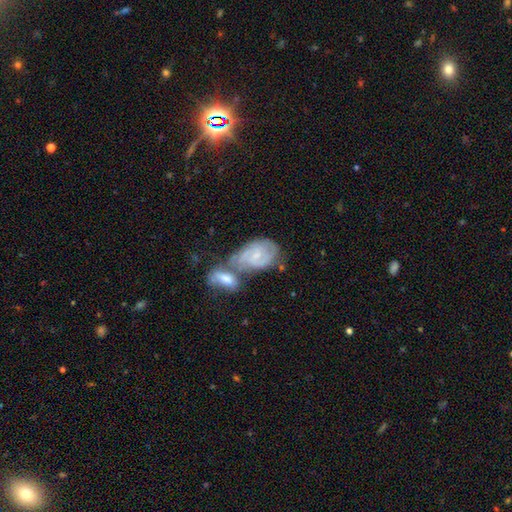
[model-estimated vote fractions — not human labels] featured or disk 77%, smooth 17%, star or artifact 6%. Down the decision tree: edge-on disk — no (97%); bar — weak (45%, tied with no); spiral arms — yes (93%); spiral arm count — 2 (58%); spiral winding — tight (52%); bulge size — small (66%); merging — merger (48%).